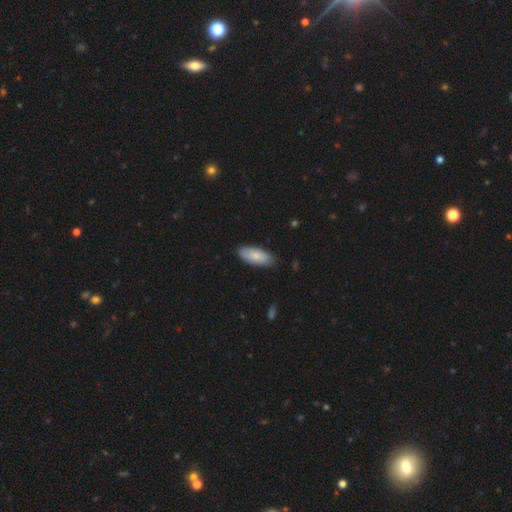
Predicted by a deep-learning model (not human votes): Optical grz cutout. It shows a smooth galaxy with no disk features (81%) that is in between round and cigar-shaped (84%). Merging: none (85%).